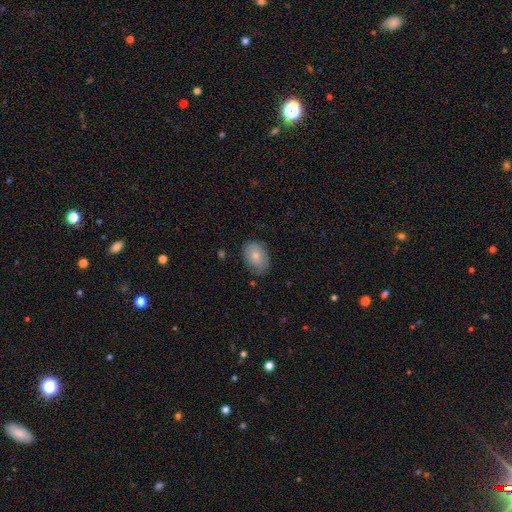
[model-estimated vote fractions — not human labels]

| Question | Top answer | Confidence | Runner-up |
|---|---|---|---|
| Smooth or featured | smooth | 70% | featured or disk (23%) |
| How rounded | in between | 75% | round (24%) |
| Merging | none | 67% | minor disturbance (25%) |